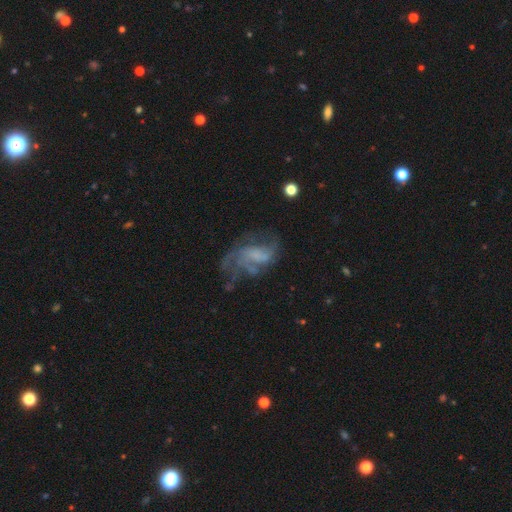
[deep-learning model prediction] Q: Smooth or featured?
A: featured or disk (69%); runner-up: smooth (19%)
Q: Edge-on disk?
A: no (97%); runner-up: yes (3%)
Q: Bar?
A: no (61%); runner-up: weak (30%)
Q: Spiral arms?
A: yes (73%); runner-up: no (27%)
Q: Bulge size?
A: none (61%); runner-up: moderate (15%)
Q: Merging?
A: none (39%); runner-up: major disturbance (37%)